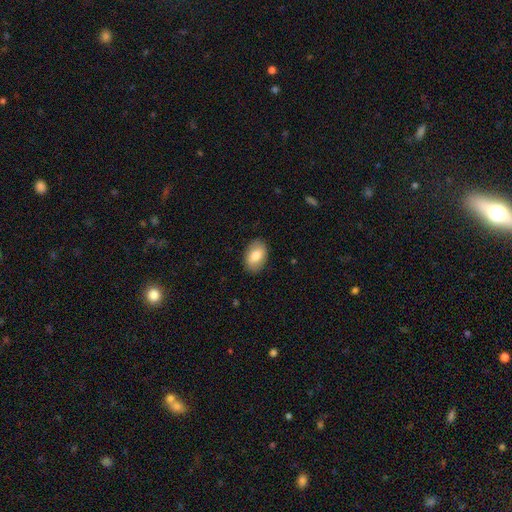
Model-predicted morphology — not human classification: Smooth or featured: smooth — 78% (featured or disk — 15%)
How rounded: in between — 87% (round — 12%)
Merging: none — 87% (minor disturbance — 10%)